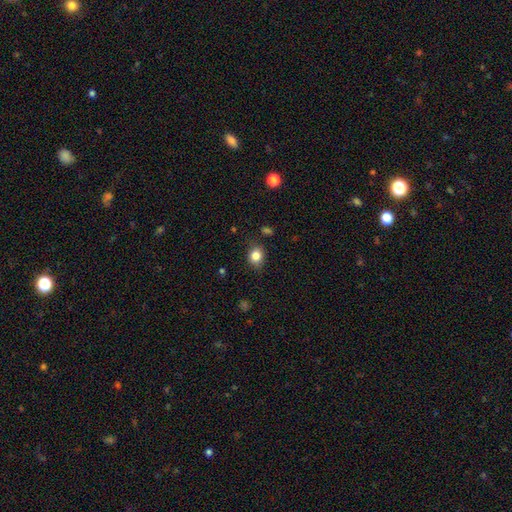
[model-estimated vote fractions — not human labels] The model was most divided on "how rounded": round: 60%, in between: 39%, cigar-shaped: 1%. More confident: smooth or featured — smooth (83%); merging — none (78%).